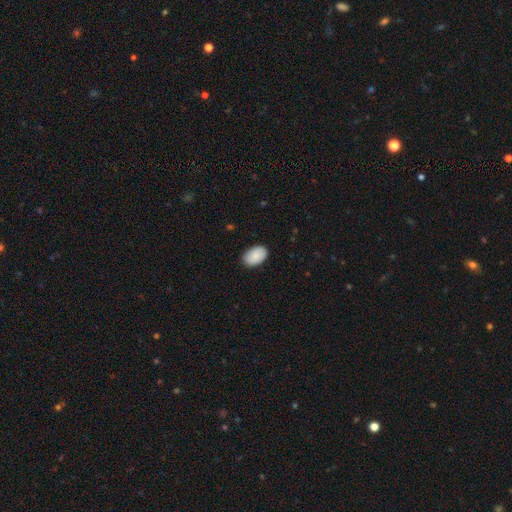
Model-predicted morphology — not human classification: Smooth or featured?
  - smooth: 88% *
  - star or artifact: 6%
  - featured or disk: 6%
How rounded?
  - in between: 91% *
  - round: 8%
  - cigar-shaped: 1%
Merging?
  - none: 86% *
  - minor disturbance: 11%
  - major disturbance: 2%
  - merger: 1%